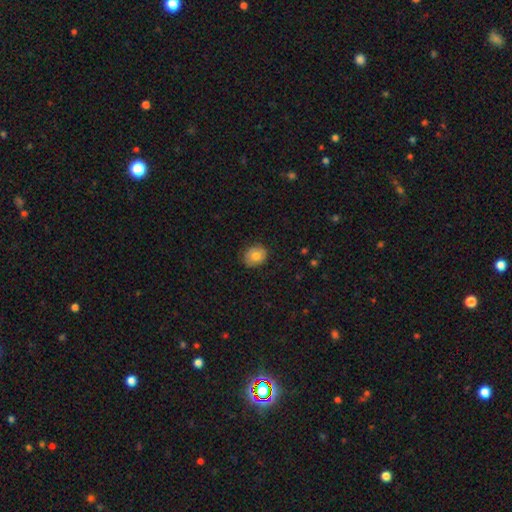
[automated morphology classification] A smooth galaxy with no disk features (75%) that is round (63%).

Vote fractions:
- Smooth or featured? smooth: 75% / featured or disk: 16% / star or artifact: 9%
- How rounded? round: 63% / in between: 36% / cigar-shaped: 1%
- Merging? none: 83% / minor disturbance: 13% / major disturbance: 3% / merger: 1%